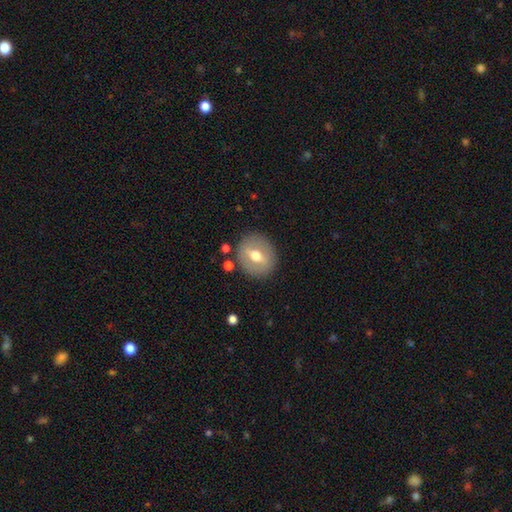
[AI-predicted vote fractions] smooth 46% (tied), featured or disk 46% (tied), star or artifact 8%. Down the decision tree: merging — none (85%).